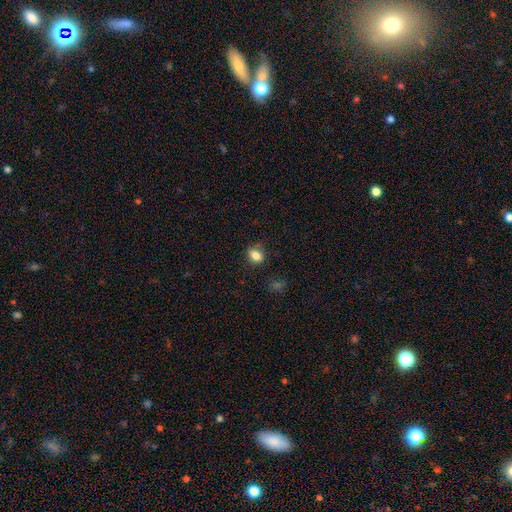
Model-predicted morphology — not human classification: smooth_or_featured: smooth (p=0.82) [alt: star or artifact p=0.11]
how_rounded: in between (p=0.62) [alt: round p=0.37]
merging: none (p=0.74) [alt: minor disturbance p=0.18]